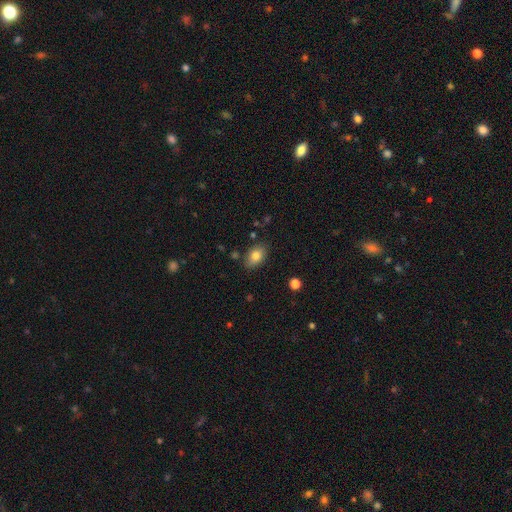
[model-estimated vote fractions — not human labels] Smooth or featured?
  - smooth: 81% *
  - featured or disk: 11%
  - star or artifact: 9%
How rounded?
  - in between: 84% *
  - round: 14%
  - cigar-shaped: 1%
Merging?
  - none: 81% *
  - minor disturbance: 13%
  - major disturbance: 3%
  - merger: 2%